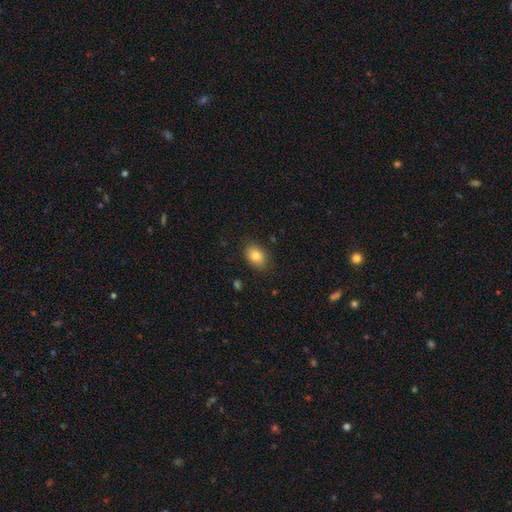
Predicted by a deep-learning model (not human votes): Smooth or featured? smooth (81%)
How rounded? in between (75%)
Merging? none (86%)